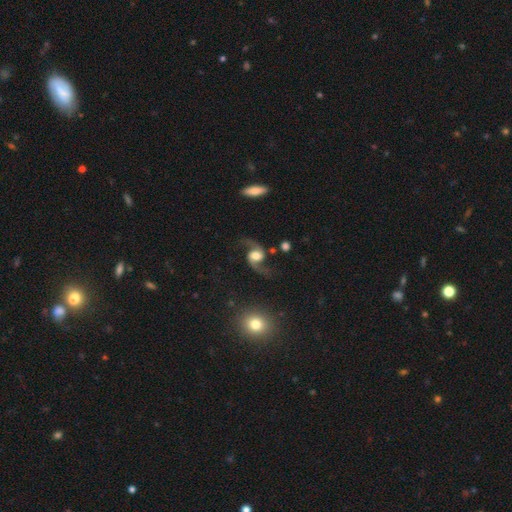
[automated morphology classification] The model was most divided on "bulge size": moderate: 44%, large: 38%, small: 9%, dominant: 6%, none: 3%. More confident: spiral arms — yes (97%); edge-on disk — no (97%); spiral arm count — 2 (95%); smooth or featured — featured or disk (89%); spiral winding — loose (79%); merging — none (78%); bar — no (55%).